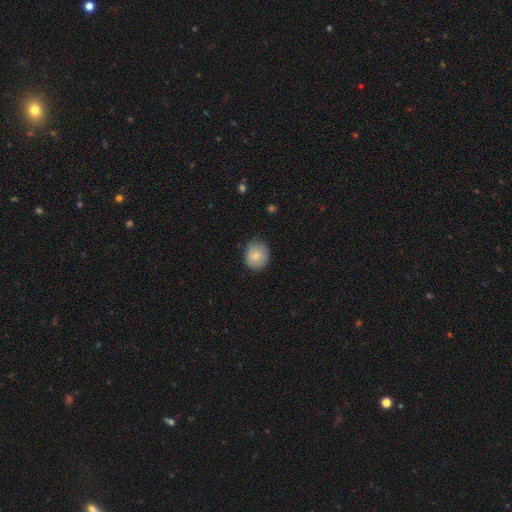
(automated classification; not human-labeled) This is likely a smooth galaxy (79%). How rounded: likely round (77%). Merging: likely none (75%).